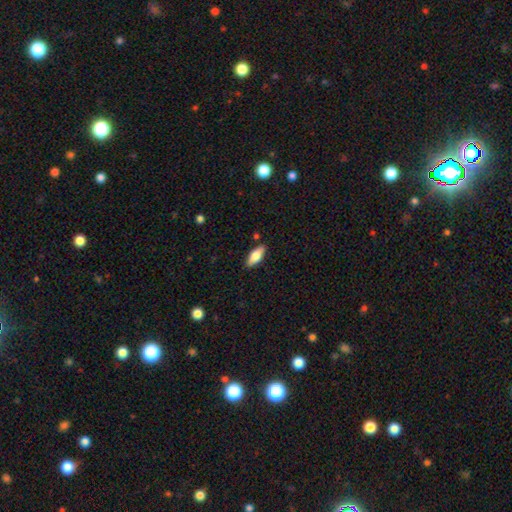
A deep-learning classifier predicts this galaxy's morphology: Overall: smooth (72%). How rounded: in between (77%). Merging: none (86%).